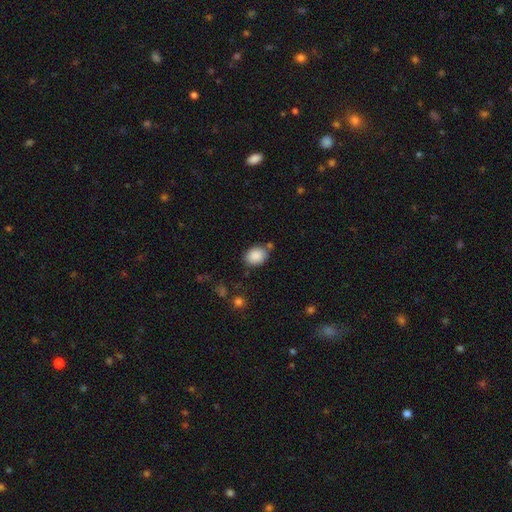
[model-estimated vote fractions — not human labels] smooth_or_featured: smooth (p=0.88) [alt: star or artifact p=0.08]
how_rounded: in between (p=0.65) [alt: round p=0.34]
merging: none (p=0.73) [alt: minor disturbance p=0.15]